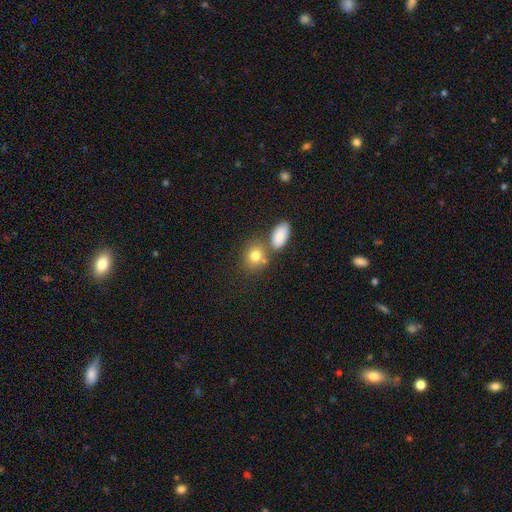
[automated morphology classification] This appears to be a smooth galaxy with no disk features (79%) that is round (54%). Merging: none (56%).